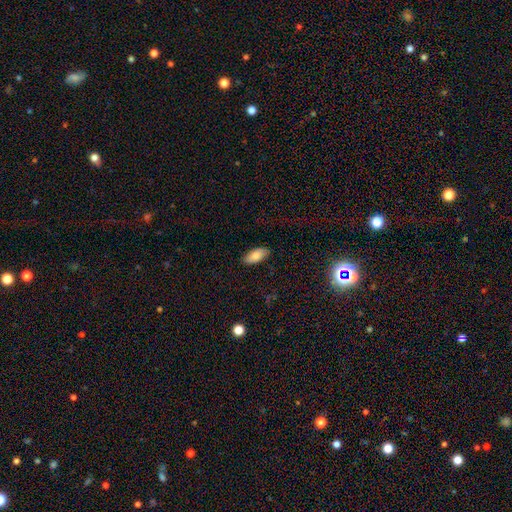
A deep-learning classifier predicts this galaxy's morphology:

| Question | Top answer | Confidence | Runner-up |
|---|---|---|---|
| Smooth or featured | smooth | 81% | featured or disk (12%) |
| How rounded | in between | 89% | cigar-shaped (9%) |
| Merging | none | 86% | minor disturbance (11%) |